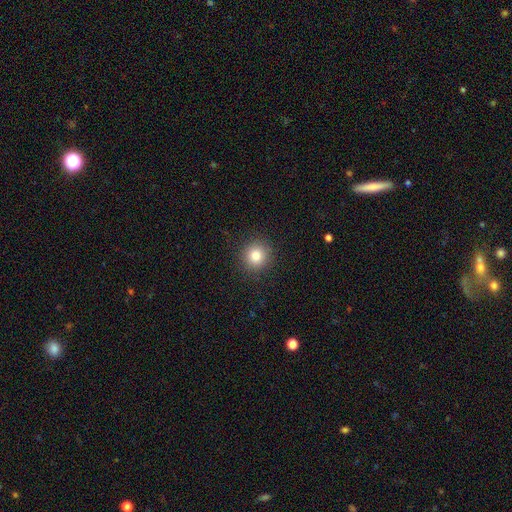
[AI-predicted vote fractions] This is clearly a smooth galaxy (83%). How rounded: clearly round (91%). Merging: clearly none (90%).